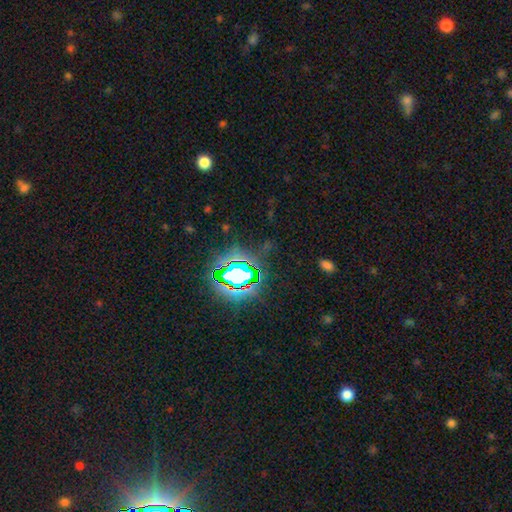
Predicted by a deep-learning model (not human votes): Overall: star or artifact (80%).